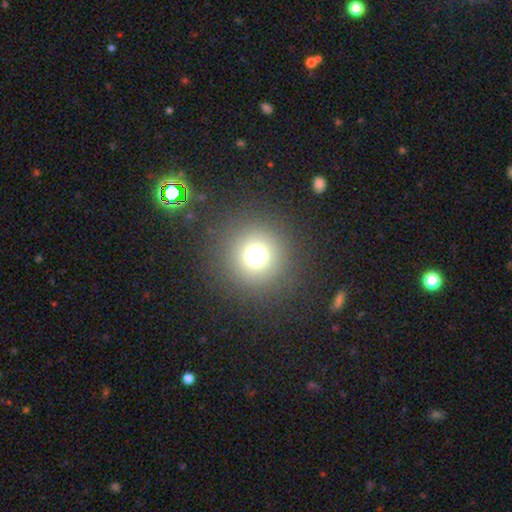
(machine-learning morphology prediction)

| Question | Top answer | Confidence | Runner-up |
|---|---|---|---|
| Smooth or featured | smooth | 72% | star or artifact (19%) |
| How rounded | round | 96% | in between (3%) |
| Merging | none | 89% | minor disturbance (6%) |